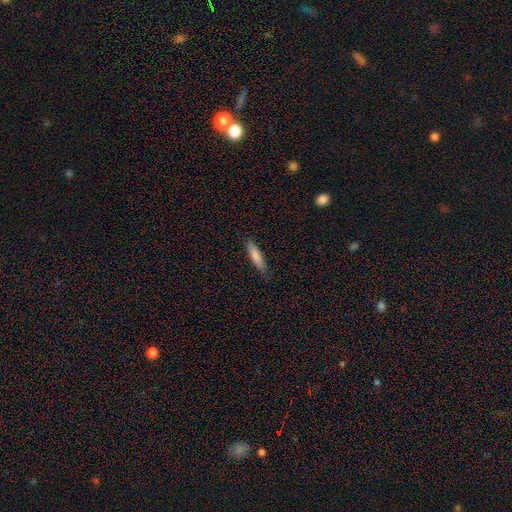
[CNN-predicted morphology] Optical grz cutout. It shows a smooth galaxy with no disk features (80%) that is cigar-shaped (76%). Merging: none (85%).